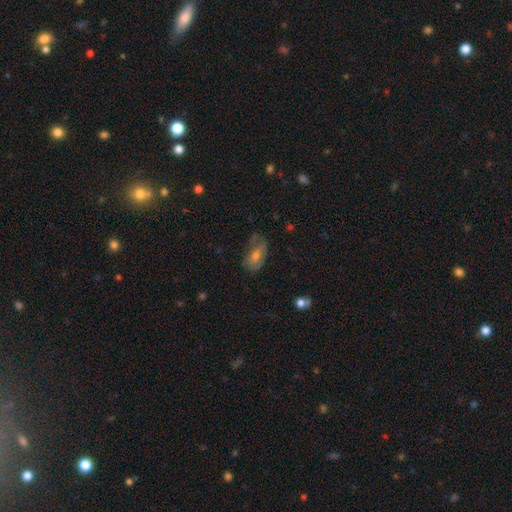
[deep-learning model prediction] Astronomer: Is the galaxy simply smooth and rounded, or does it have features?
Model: smooth — 46% (runner-up: featured or disk, 41%).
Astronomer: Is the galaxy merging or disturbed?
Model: none — 54%.